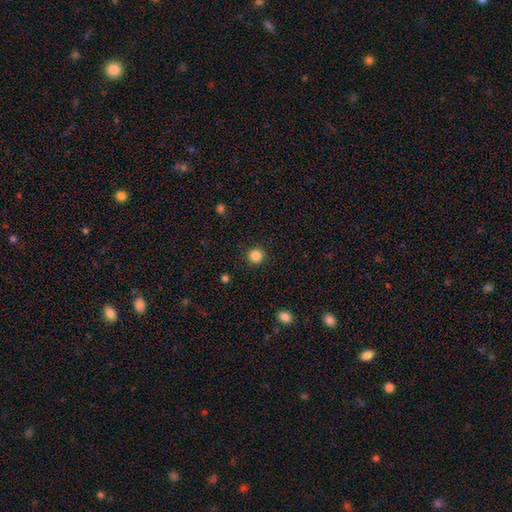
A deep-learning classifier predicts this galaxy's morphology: Q: Smooth or featured?
A: smooth (86%); runner-up: star or artifact (11%)
Q: How rounded?
A: round (94%); runner-up: in between (5%)
Q: Merging?
A: none (92%); runner-up: minor disturbance (5%)